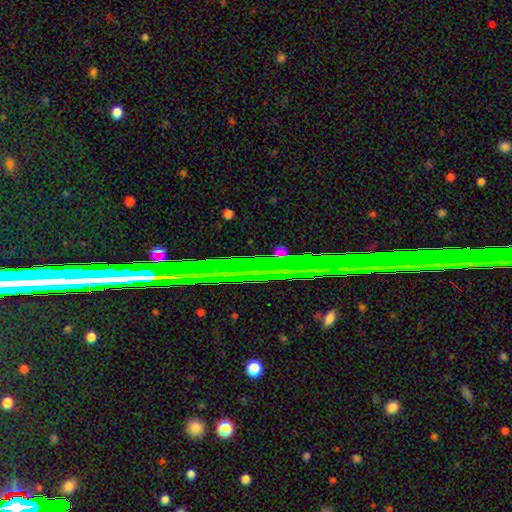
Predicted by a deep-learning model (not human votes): Overall: star or artifact (60%; smooth 21%).